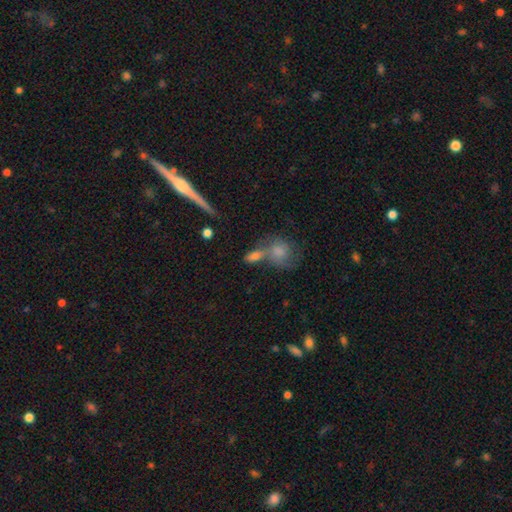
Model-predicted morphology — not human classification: Smooth or featured: smooth — 57% (featured or disk — 29%)
How rounded: in between — 47% (round — 37%)
Merging: none — 42% (merger — 38%)